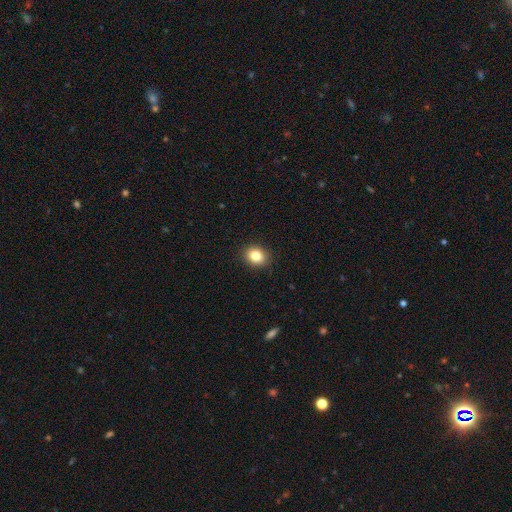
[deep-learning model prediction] A smooth galaxy with no disk features (83%) that is round (56%).

Vote fractions:
- Smooth or featured? smooth: 83% / star or artifact: 10% / featured or disk: 7%
- How rounded? round: 56% / in between: 43% / cigar-shaped: 1%
- Merging? none: 90% / minor disturbance: 7% / major disturbance: 2% / merger: 1%